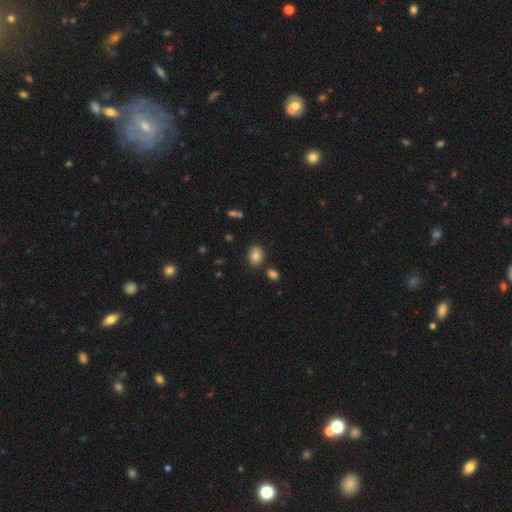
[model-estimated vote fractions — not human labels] smooth 84%, star or artifact 9%, featured or disk 7%. Down the decision tree: how rounded — in between (62%); merging — none (79%).